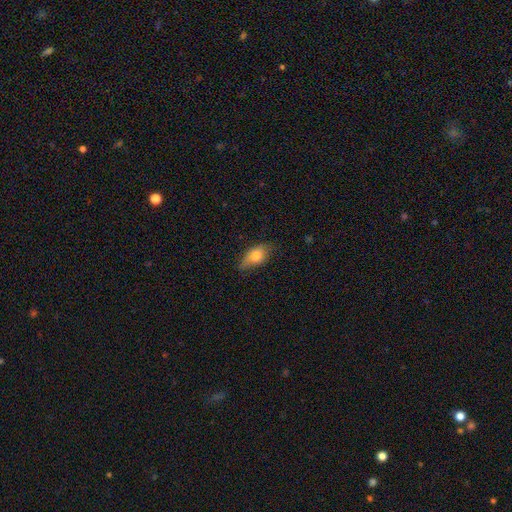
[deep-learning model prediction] smooth-or-featured: smooth: 73% | featured or disk: 19% | star or artifact: 8%
  how-rounded: in between: 84% | round: 9% | cigar-shaped: 7%
  merging: none: 58% | minor disturbance: 32% | major disturbance: 8% | merger: 2%